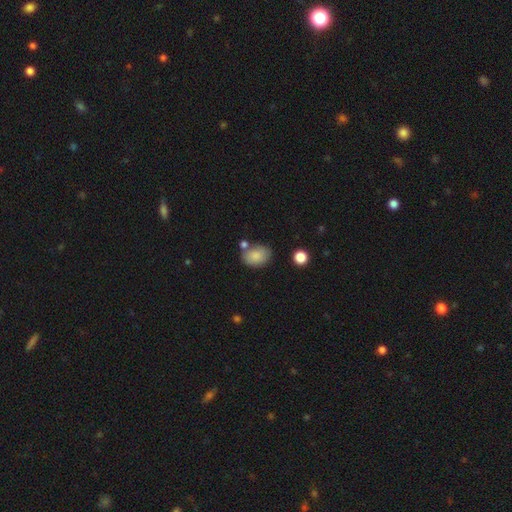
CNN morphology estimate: smooth_or_featured: smooth (p=0.85) [alt: star or artifact p=0.08]
how_rounded: in between (p=0.78) [alt: round p=0.21]
merging: none (p=0.65) [alt: minor disturbance p=0.19]